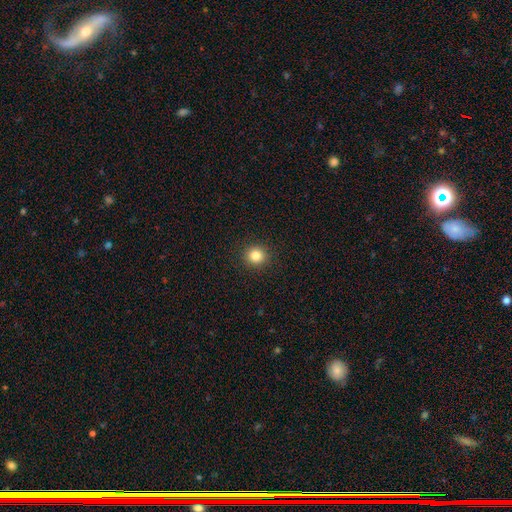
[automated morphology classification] smooth_or_featured: smooth (p=0.83) [alt: star or artifact p=0.12]
how_rounded: round (p=0.92) [alt: in between p=0.07]
merging: none (p=0.93) [alt: minor disturbance p=0.05]